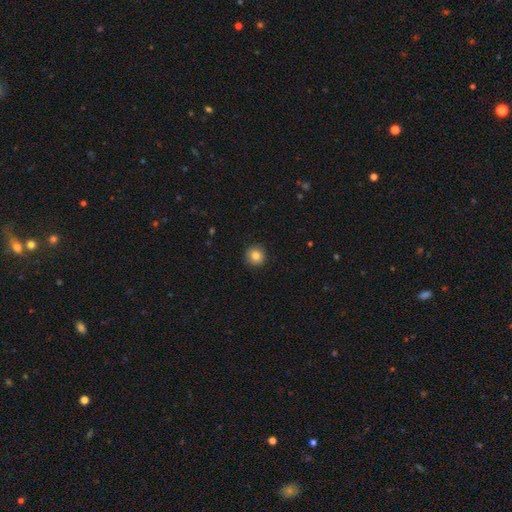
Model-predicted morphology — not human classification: Q: Smooth or featured?
A: smooth (84%); runner-up: star or artifact (9%)
Q: How rounded?
A: round (94%); runner-up: in between (5%)
Q: Merging?
A: none (91%); runner-up: minor disturbance (6%)